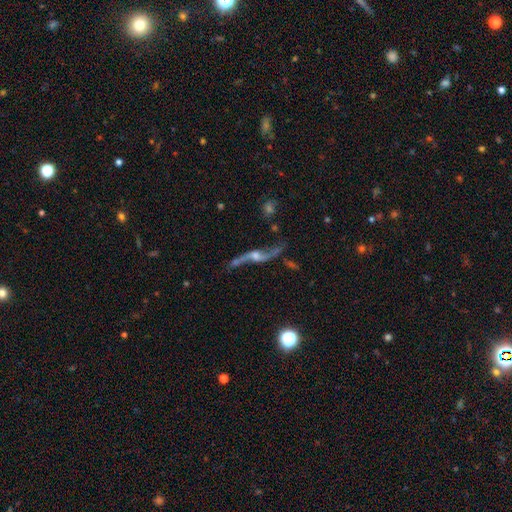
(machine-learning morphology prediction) Q: Smooth or featured?
A: featured or disk (86%); runner-up: star or artifact (8%)
Q: Edge-on disk?
A: no (73%); runner-up: yes (27%)
Q: Bar?
A: no (56%); runner-up: weak (30%)
Q: Spiral arms?
A: yes (94%); runner-up: no (6%)
Q: Spiral winding?
A: loose (93%); runner-up: medium (5%)
Q: Spiral arm count?
A: 2 (93%); runner-up: 1 (2%)
Q: Bulge size?
A: moderate (47%); runner-up: small (36%)
Q: Merging?
A: none (64%); runner-up: minor disturbance (17%)